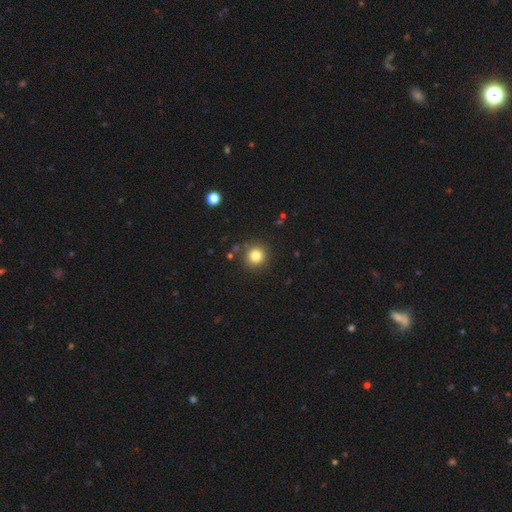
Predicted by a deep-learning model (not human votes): Overall: smooth (81%). How rounded: round (94%). Merging: none (86%).